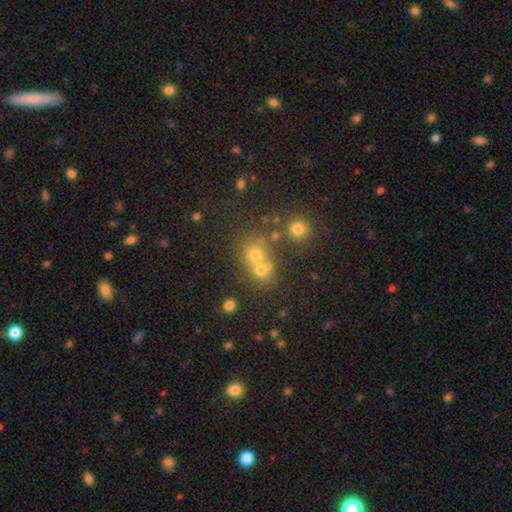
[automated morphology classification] Overall: smooth (52%; star or artifact 33%). How rounded: round (80%). Merging: none (50%; merger 40%).